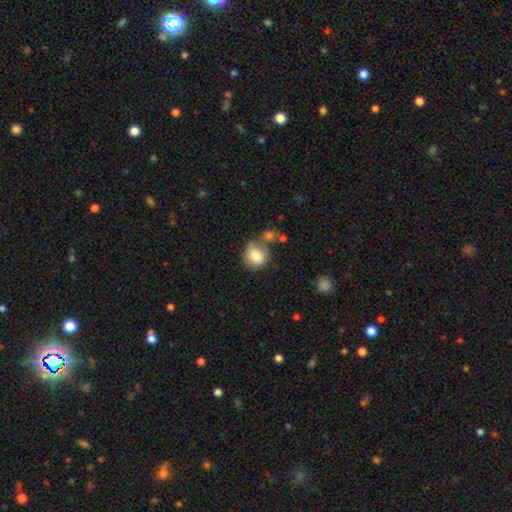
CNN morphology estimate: Smooth or featured? smooth (81%)
How rounded? round (65%)
Merging? none (52%)